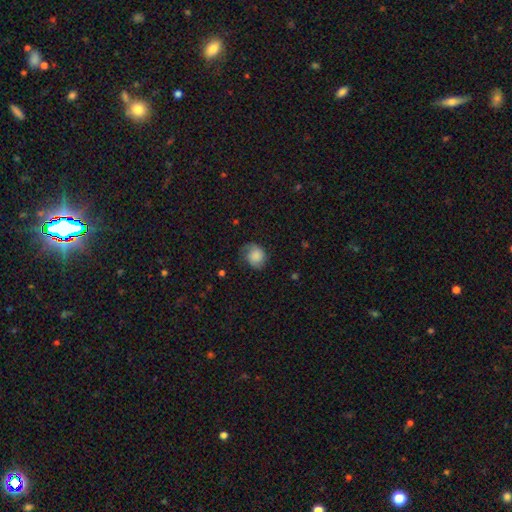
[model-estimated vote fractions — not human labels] The model was most divided on "merging": none: 55%, minor disturbance: 30%, major disturbance: 14%, merger: 1%. More confident: smooth or featured — smooth (67%); how rounded — round (65%).